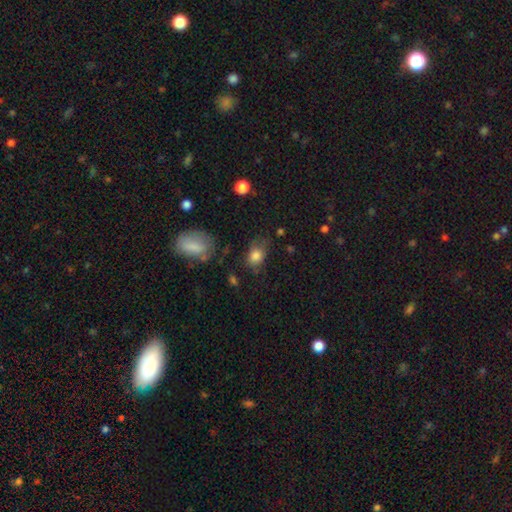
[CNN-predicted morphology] Overall: smooth (81%). How rounded: in between (66%; round 32%). Merging: none (59%; minor disturbance 26%).